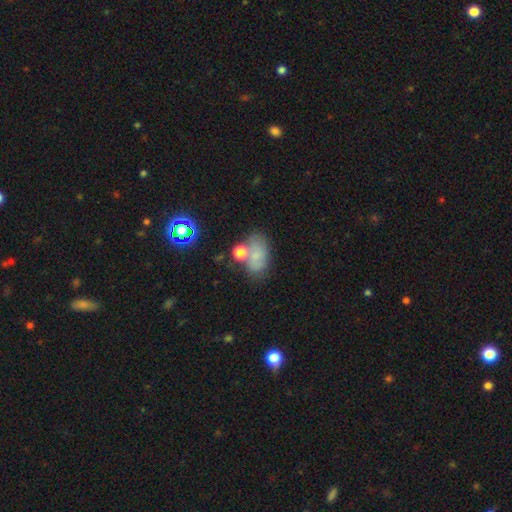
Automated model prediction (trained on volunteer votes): Smooth or featured? Predicted: smooth (p=0.65). How rounded? Predicted: in between (p=0.83). Merging? Predicted: none (p=0.46).